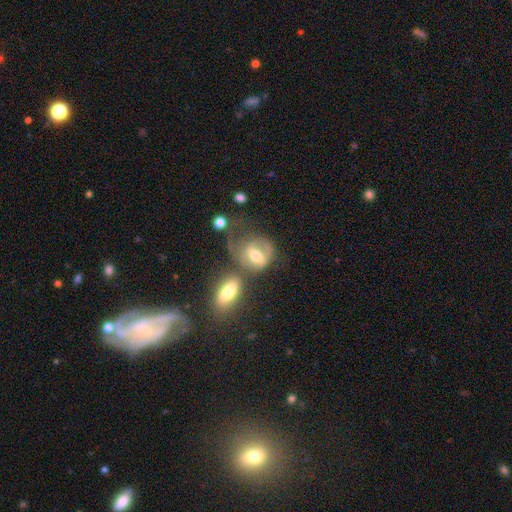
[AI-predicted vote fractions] Morphology: type=featured or disk (49%); merging=merger (31%).